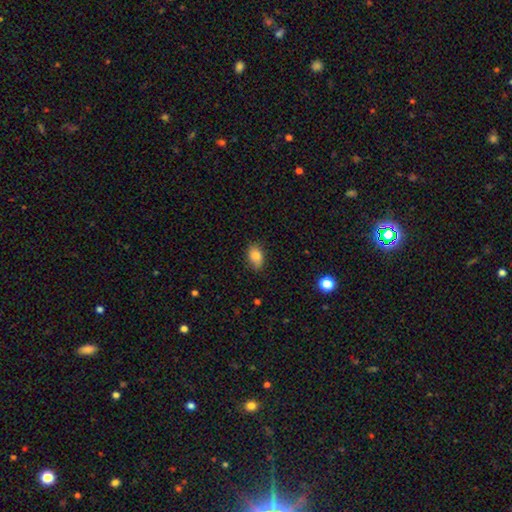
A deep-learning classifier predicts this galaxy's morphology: The model was most divided on "merging": none: 76%, minor disturbance: 19%, major disturbance: 3%, merger: 1%. More confident: smooth or featured — smooth (84%); how rounded — in between (83%).